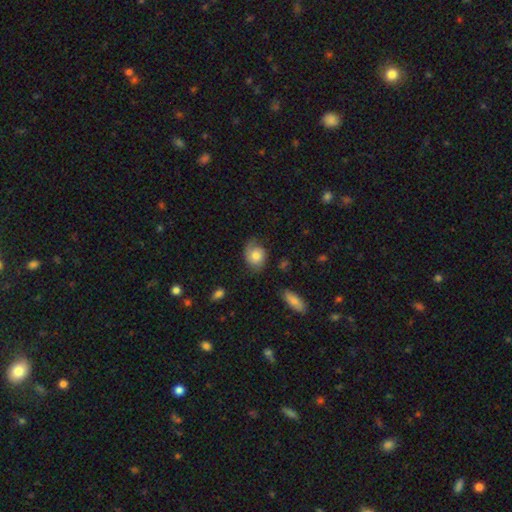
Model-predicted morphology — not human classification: Smooth or featured?
  - smooth: 61% *
  - featured or disk: 32%
  - star or artifact: 8%
How rounded?
  - in between: 56% *
  - round: 43%
  - cigar-shaped: 1%
Merging?
  - none: 55% *
  - minor disturbance: 29%
  - major disturbance: 14%
  - merger: 2%